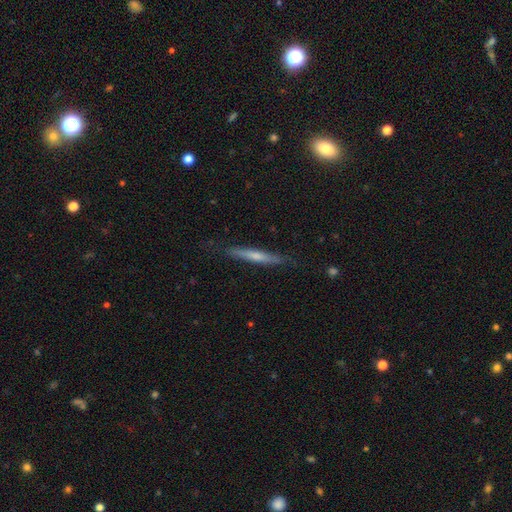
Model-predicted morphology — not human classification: smooth-or-featured: featured or disk: 56% | smooth: 38% | star or artifact: 6%
  disk-edge-on: yes: 95% | no: 5%
    edge-on-bulge: rounded: 58% | none: 36% | boxy: 5%
  merging: none: 84% | minor disturbance: 13% | major disturbance: 2% | merger: 1%